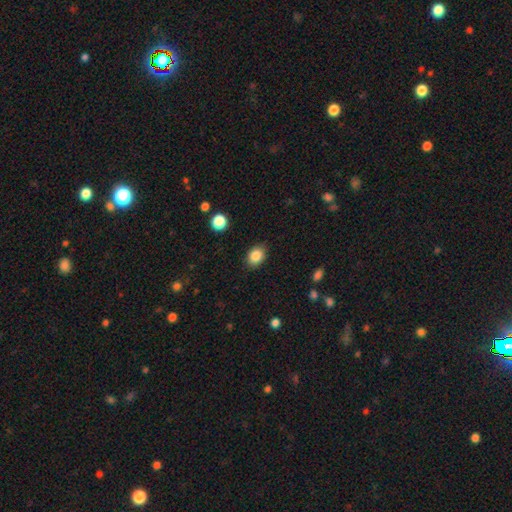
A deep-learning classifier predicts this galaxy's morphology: A smooth galaxy with no disk features (86%) that is in between round and cigar-shaped (62%). Merging: none (86%).